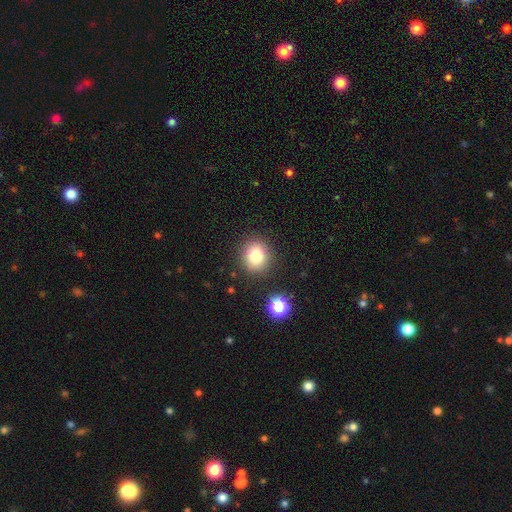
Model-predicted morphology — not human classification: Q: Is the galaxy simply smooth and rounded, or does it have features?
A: smooth — 79%.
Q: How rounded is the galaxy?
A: round — 80%.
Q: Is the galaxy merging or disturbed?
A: none — 86%.